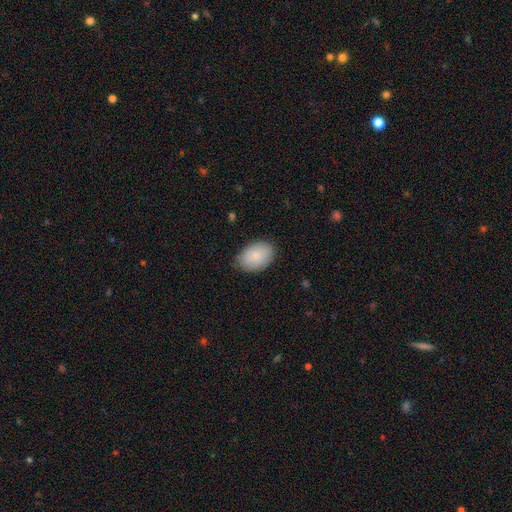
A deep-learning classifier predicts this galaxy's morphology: smooth 85%, featured or disk 9%, star or artifact 6%. Down the decision tree: how rounded — in between (87%); merging — none (83%).